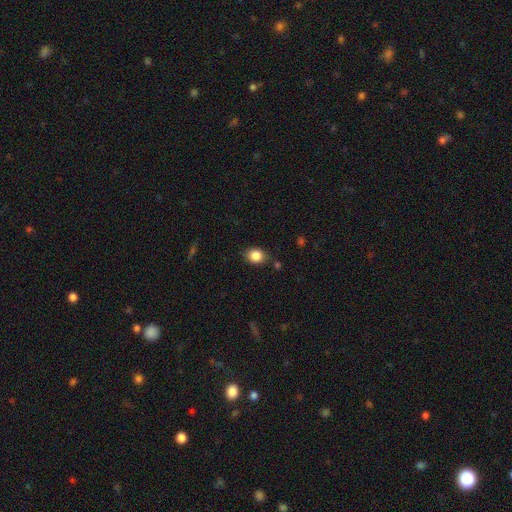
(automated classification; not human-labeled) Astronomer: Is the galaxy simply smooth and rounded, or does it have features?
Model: smooth — 86%.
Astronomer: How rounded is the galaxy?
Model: in between — 52% (runner-up: round, 47%).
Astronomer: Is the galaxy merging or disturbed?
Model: none — 81%.